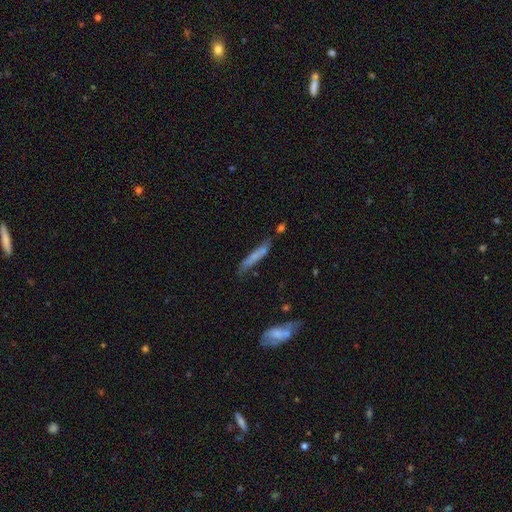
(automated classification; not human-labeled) smooth-or-featured: smooth: 61% | featured or disk: 31% | star or artifact: 8%
  how-rounded: cigar-shaped: 90% | in between: 8% | round: 2%
  merging: none: 60% | minor disturbance: 24% | major disturbance: 8% | merger: 8%